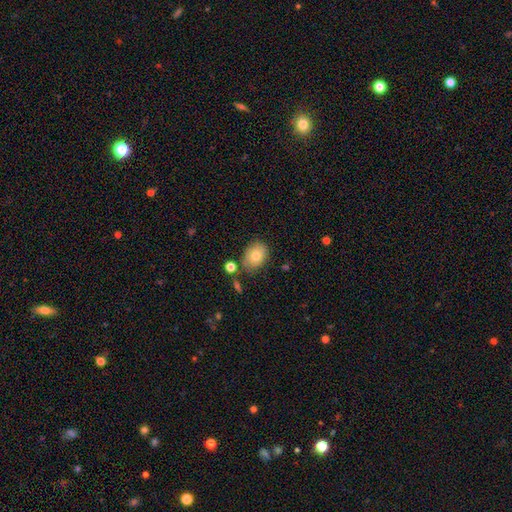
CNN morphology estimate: A smooth galaxy with no disk features (78%) that is in between round and cigar-shaped (63%). Merging: none (74%).